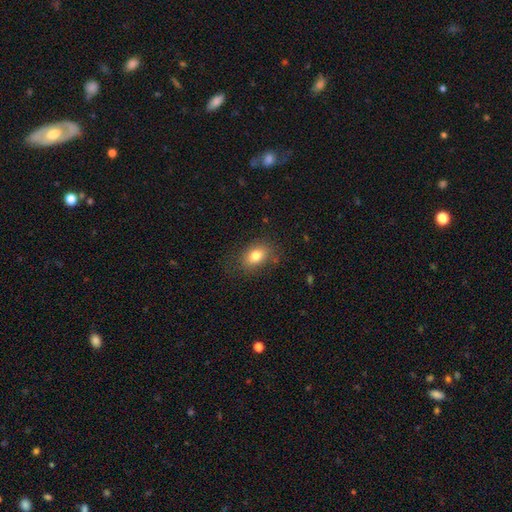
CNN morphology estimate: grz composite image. It shows a smooth galaxy with no disk features (80%) that is in between round and cigar-shaped (79%). Merging: none (79%).